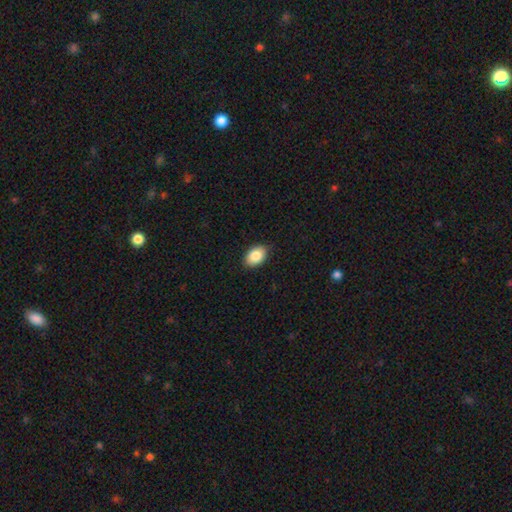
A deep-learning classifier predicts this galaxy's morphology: smooth 86%, star or artifact 7%, featured or disk 7%. Down the decision tree: how rounded — in between (89%); merging — none (87%).